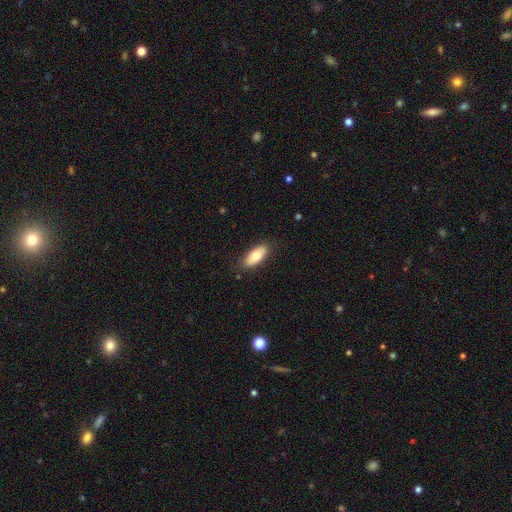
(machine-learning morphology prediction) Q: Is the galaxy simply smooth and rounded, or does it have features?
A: smooth — 76%.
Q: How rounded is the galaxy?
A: in between — 84%.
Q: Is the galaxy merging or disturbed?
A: none — 85%.